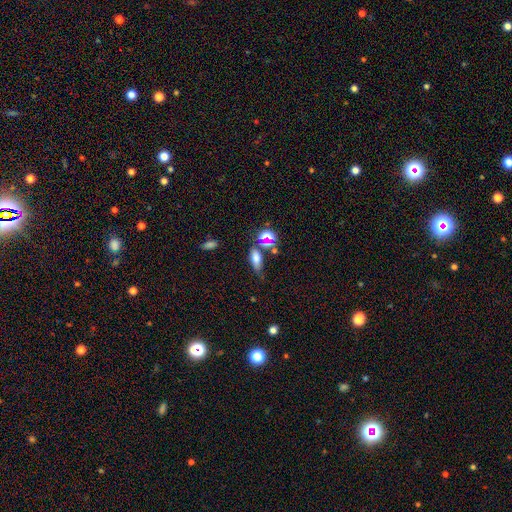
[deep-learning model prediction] Morphology: type=smooth (65%); roundness=in between (71%); merging=none (52%).